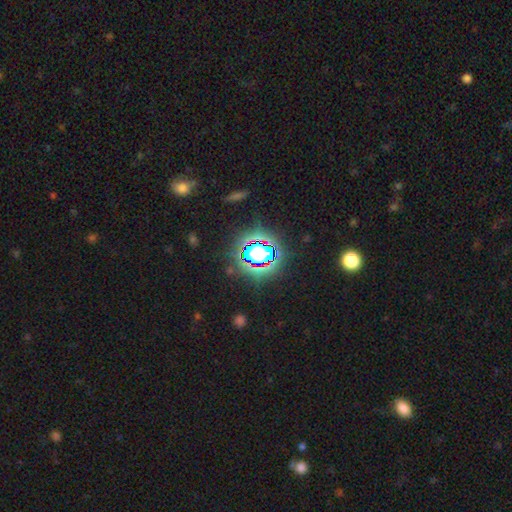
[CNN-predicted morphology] type=star or artifact (69%).